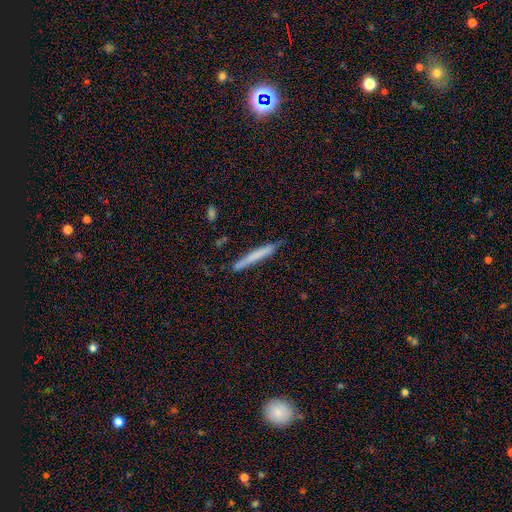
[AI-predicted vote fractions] Overall: smooth (68%). How rounded: cigar-shaped (96%). Merging: none (83%).